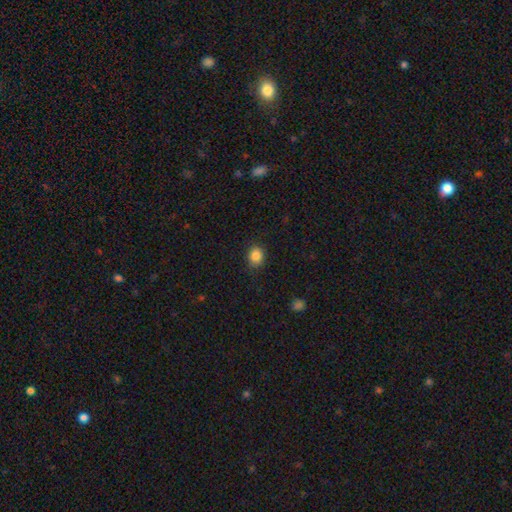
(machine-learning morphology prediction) A smooth galaxy with no disk features (86%) that is round (58%).

Vote fractions:
- Smooth or featured? smooth: 86% / star or artifact: 10% / featured or disk: 5%
- How rounded? round: 58% / in between: 41% / cigar-shaped: 1%
- Merging? none: 85% / minor disturbance: 11% / major disturbance: 3% / merger: 1%